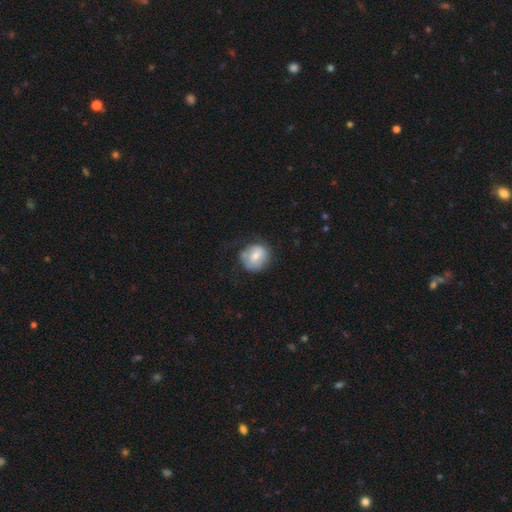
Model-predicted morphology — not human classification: smooth-or-featured: smooth: 65% | featured or disk: 28% | star or artifact: 7%
  how-rounded: round: 76% | in between: 23% | cigar-shaped: 1%
  merging: none: 59% | minor disturbance: 26% | major disturbance: 11% | merger: 3%